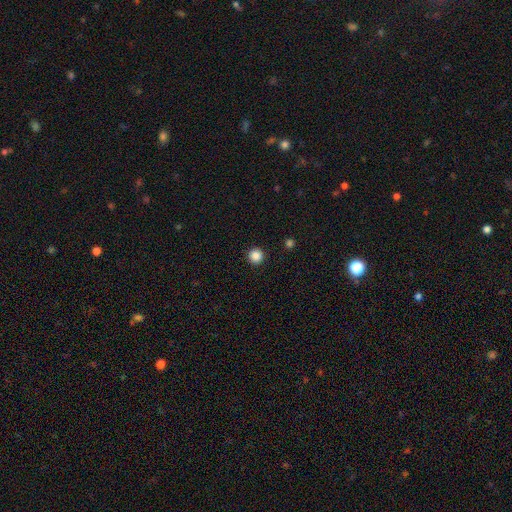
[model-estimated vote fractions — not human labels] smooth_or_featured: smooth (p=0.87) [alt: star or artifact p=0.11]
how_rounded: round (p=0.96) [alt: in between p=0.03]
merging: none (p=0.93) [alt: minor disturbance p=0.04]